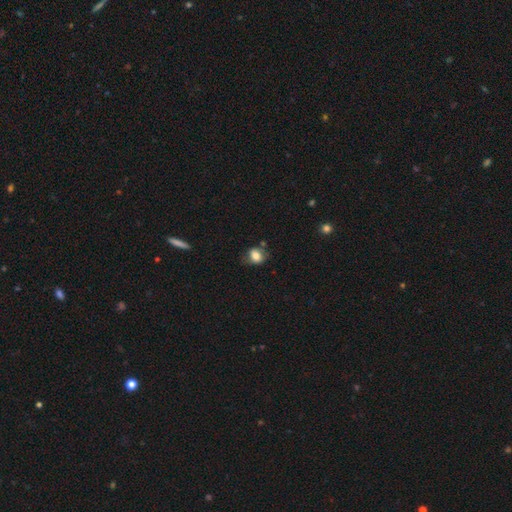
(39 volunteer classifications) Smooth or featured? smooth (72%)
How rounded? in between (64%)
Merging? none (64%)